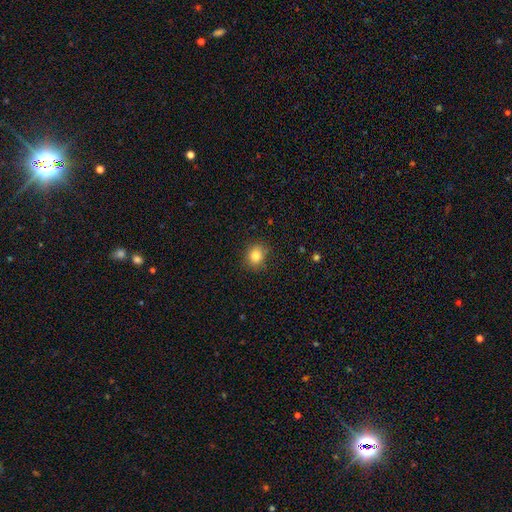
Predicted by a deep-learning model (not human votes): A smooth galaxy with no disk features (83%) that is round (71%). Merging: none (83%).